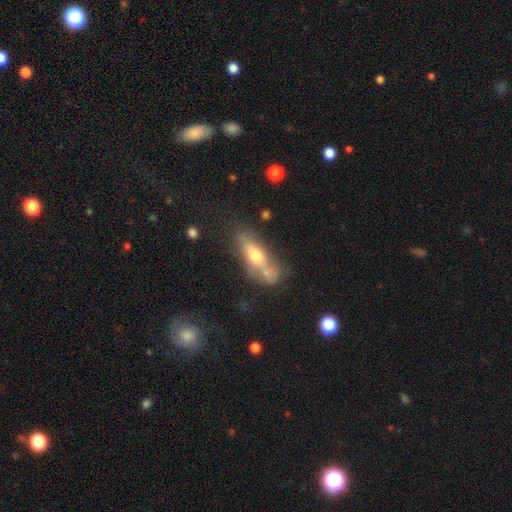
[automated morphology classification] smooth 50%, featured or disk 41%, star or artifact 9%. Down the decision tree: how rounded — in between (50%); merging — none (46%).